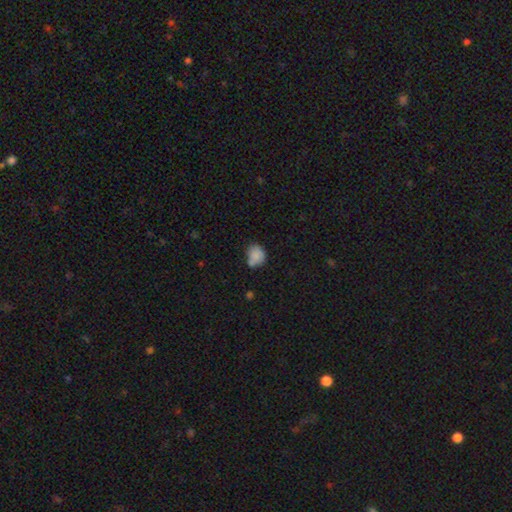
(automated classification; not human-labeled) The model was most divided on "how rounded": round: 56%, in between: 43%, cigar-shaped: 1%. Remaining: smooth or featured — smooth (81%); merging — none (50%).